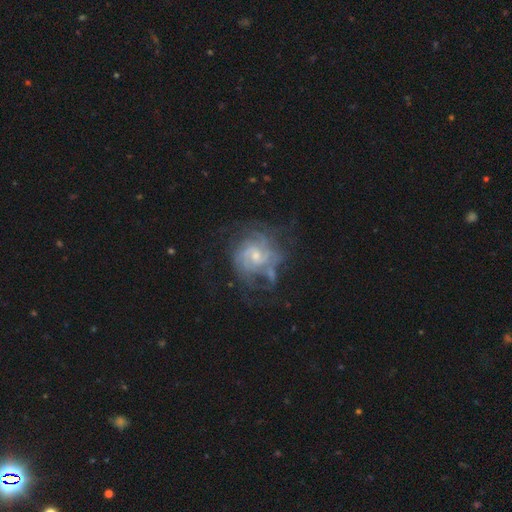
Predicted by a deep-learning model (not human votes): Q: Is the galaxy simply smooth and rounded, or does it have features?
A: featured or disk — 83%.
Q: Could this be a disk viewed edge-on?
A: no — 98%.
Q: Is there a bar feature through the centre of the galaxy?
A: no — 57%.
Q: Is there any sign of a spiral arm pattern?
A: yes — 92%.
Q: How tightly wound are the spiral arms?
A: tight — 54%.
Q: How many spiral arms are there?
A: can't tell — 40%.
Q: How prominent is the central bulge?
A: small — 54%.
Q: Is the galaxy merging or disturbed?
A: none — 53%.